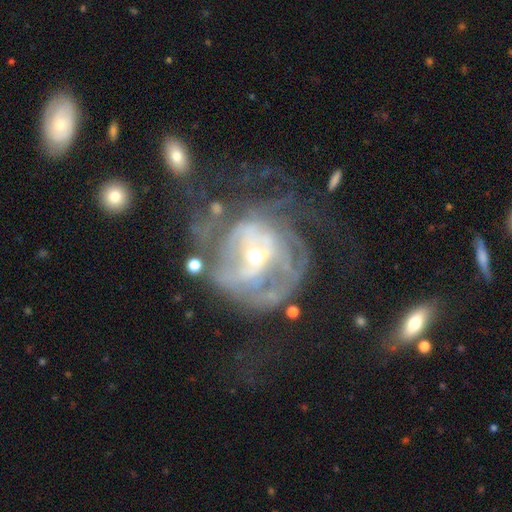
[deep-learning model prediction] featured or disk 80%, smooth 11%, star or artifact 9%. Down the decision tree: edge-on disk — no (97%); bar — no (47%); spiral arms — yes (72%); spiral arm count — can't tell (48%); spiral winding — tight (48%); bulge size — small (61%); merging — major disturbance (40%).